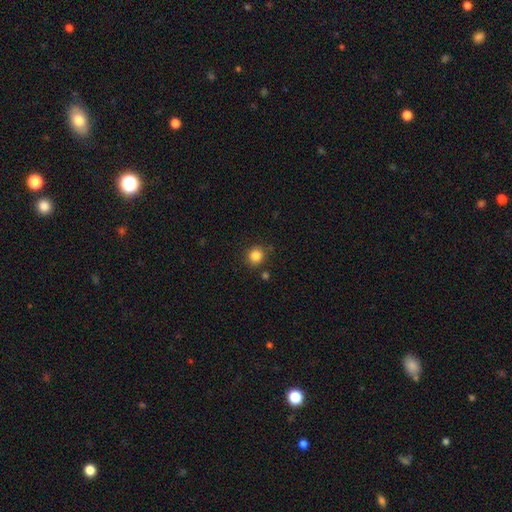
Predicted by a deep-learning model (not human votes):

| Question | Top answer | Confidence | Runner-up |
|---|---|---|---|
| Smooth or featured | smooth | 84% | star or artifact (12%) |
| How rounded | round | 91% | in between (8%) |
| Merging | none | 84% | minor disturbance (9%) |